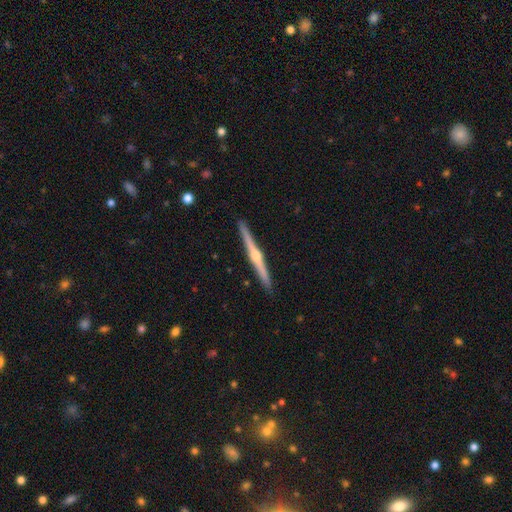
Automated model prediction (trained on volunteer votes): Morphology: type=featured or disk (82%); edge-on=yes (99%); edge-on bulge=rounded (92%); merging=none (93%).